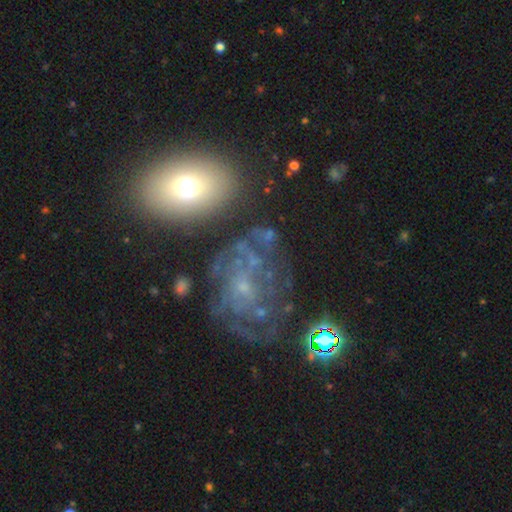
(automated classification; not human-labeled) A featured or disk galaxy (58%) with no bar (80%), no spiral arms (58%) and a small central bulge (53%).

Vote fractions:
- Smooth or featured? featured or disk: 58% / smooth: 23% / star or artifact: 19%
- Edge-on disk? no: 97% / yes: 3%
- Bar? no: 80% / weak: 15% / strong: 5%
- Spiral arms? no: 58% / yes: 42%
- Bulge size? small: 53% / moderate: 25% / none: 17% / large: 3% / dominant: 2%
- Merging? none: 45% / major disturbance: 27% / minor disturbance: 18% / merger: 10%